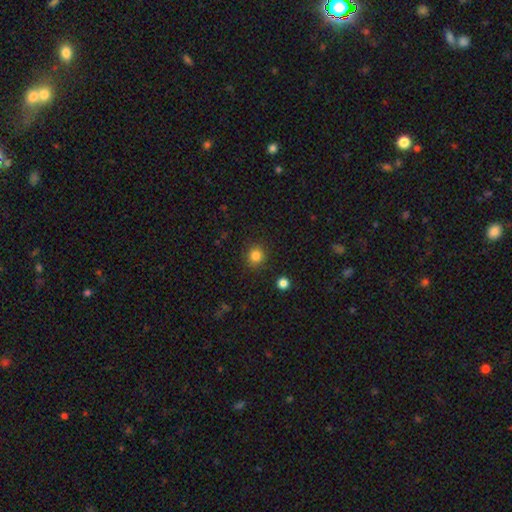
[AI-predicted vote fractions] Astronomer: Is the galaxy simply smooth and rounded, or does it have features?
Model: smooth — 83%.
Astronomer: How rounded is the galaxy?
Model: round — 91%.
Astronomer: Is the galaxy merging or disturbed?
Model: none — 89%.